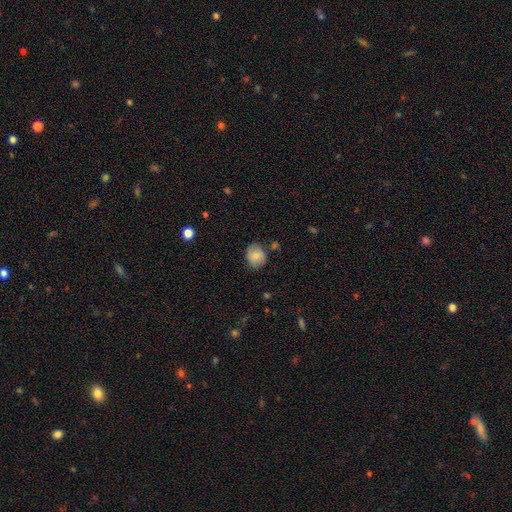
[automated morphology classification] This is likely a smooth galaxy (78%). How rounded: likely round (74%). Merging: likely none (76%).